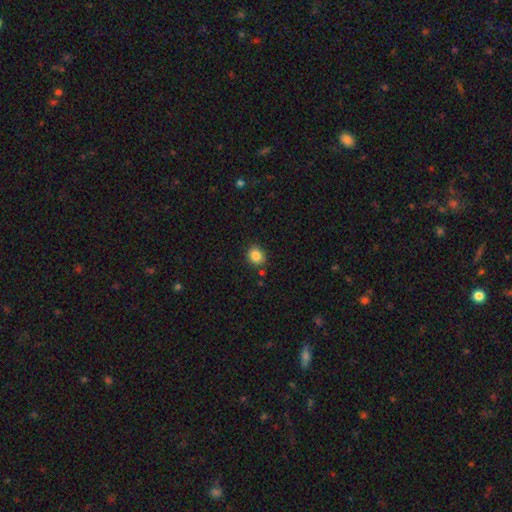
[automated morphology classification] This is clearly a smooth galaxy (85%). How rounded: likely round (73%). Merging: clearly none (85%).